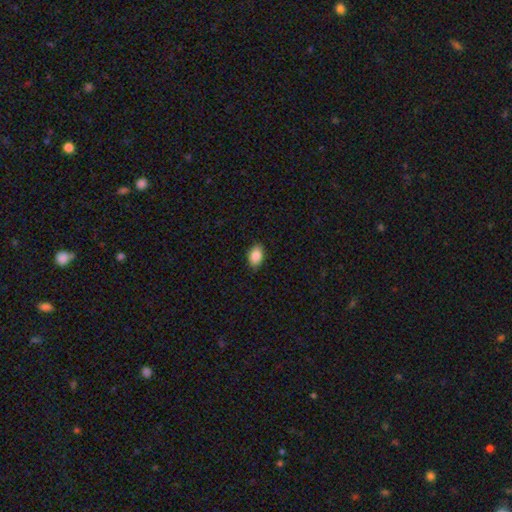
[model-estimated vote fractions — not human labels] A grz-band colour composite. It shows a smooth galaxy with no disk features (86%) that is in between round and cigar-shaped (86%). Merging: none (88%).